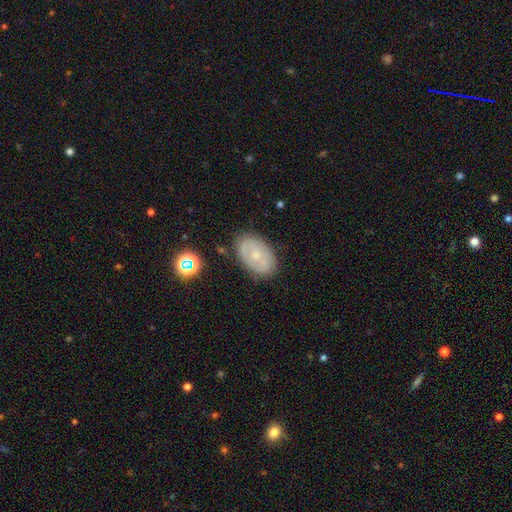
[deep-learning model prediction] This is possibly a featured or disk galaxy (46%). Merging: clearly none (80%).